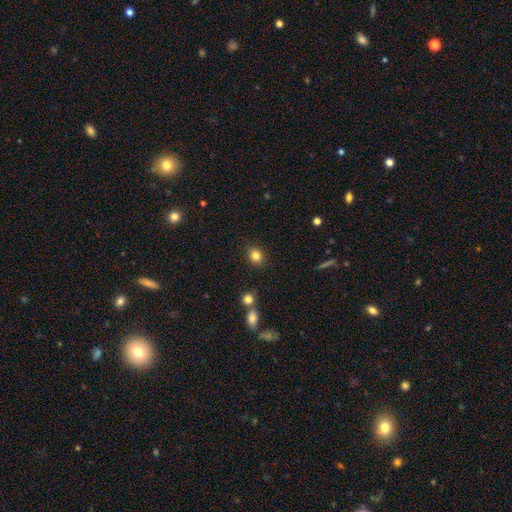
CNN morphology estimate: smooth_or_featured: smooth (p=0.83) [alt: star or artifact p=0.11]
how_rounded: round (p=0.70) [alt: in between p=0.29]
merging: none (p=0.86) [alt: minor disturbance p=0.09]